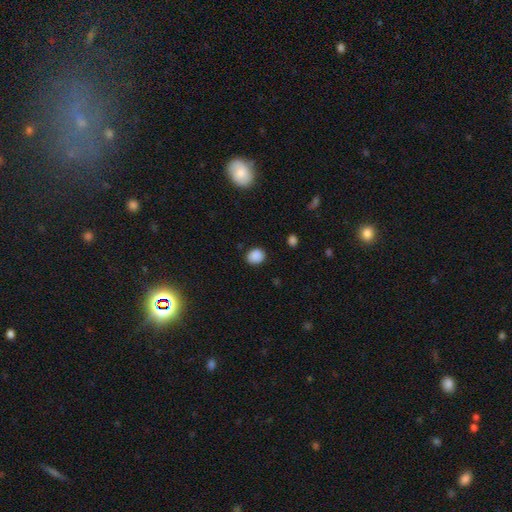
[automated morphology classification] Q: Smooth or featured?
A: smooth (87%); runner-up: star or artifact (10%)
Q: How rounded?
A: round (64%); runner-up: in between (35%)
Q: Merging?
A: none (86%); runner-up: minor disturbance (10%)